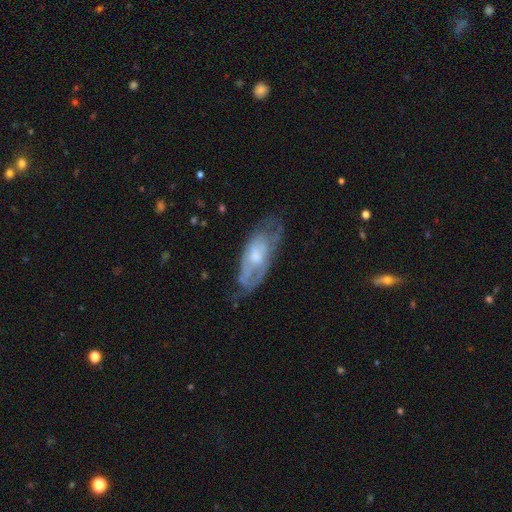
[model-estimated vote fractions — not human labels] Smooth or featured? Predicted: featured or disk (p=0.63). Edge-on disk? Predicted: no (p=0.85). Bar? Predicted: no (p=0.71). Spiral arms? Predicted: yes (p=0.61). Bulge size? Predicted: moderate (p=0.53). Merging? Predicted: none (p=0.54).